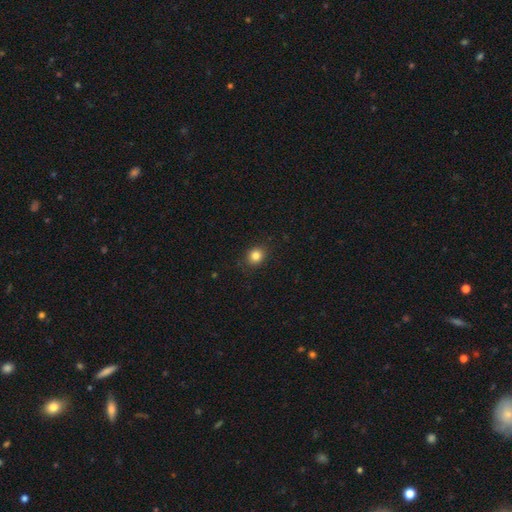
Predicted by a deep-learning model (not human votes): Smooth or featured?
  - smooth: 83% *
  - star or artifact: 11%
  - featured or disk: 5%
How rounded?
  - round: 74% *
  - in between: 25%
  - cigar-shaped: 1%
Merging?
  - none: 87% *
  - minor disturbance: 9%
  - major disturbance: 3%
  - merger: 1%